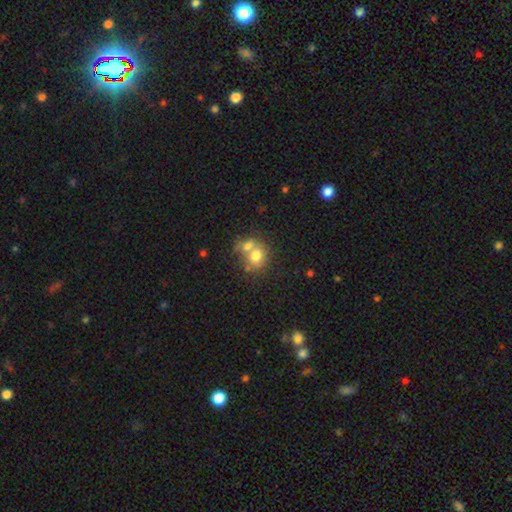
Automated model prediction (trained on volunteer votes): A smooth galaxy with no disk features (72%) that is round (67%).

Vote fractions:
- Smooth or featured? smooth: 72% / featured or disk: 18% / star or artifact: 11%
- How rounded? round: 67% / in between: 32% / cigar-shaped: 1%
- Merging? merger: 58% / none: 29% / minor disturbance: 8% / major disturbance: 5%